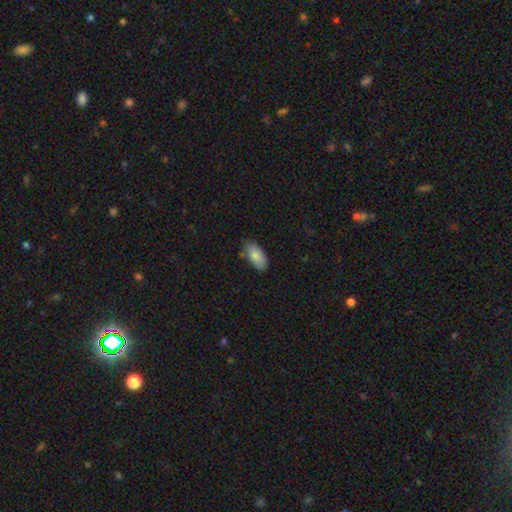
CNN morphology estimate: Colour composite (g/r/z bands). It shows a smooth galaxy with no disk features (86%) that is in between round and cigar-shaped (93%). Merging: none (80%).